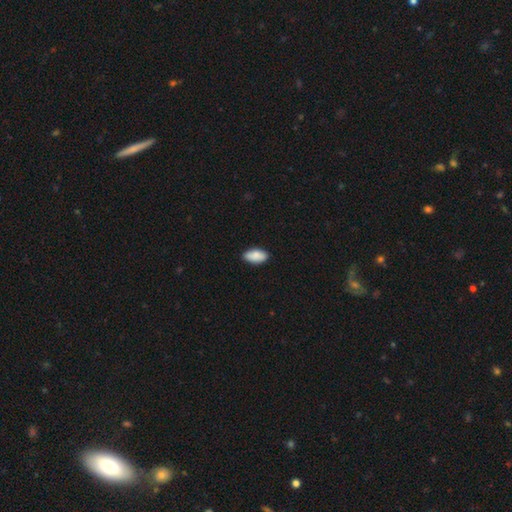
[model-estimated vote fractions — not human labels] Smooth or featured? smooth (88%)
How rounded? in between (92%)
Merging? none (87%)